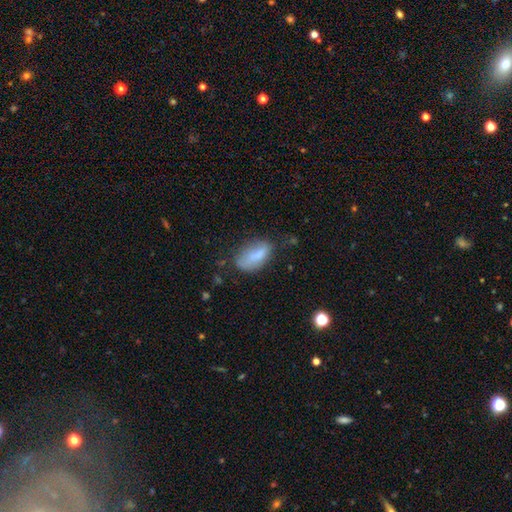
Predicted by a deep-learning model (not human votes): A smooth galaxy with no disk features (79%) that is in between round and cigar-shaped (89%). Merging: none (54%).